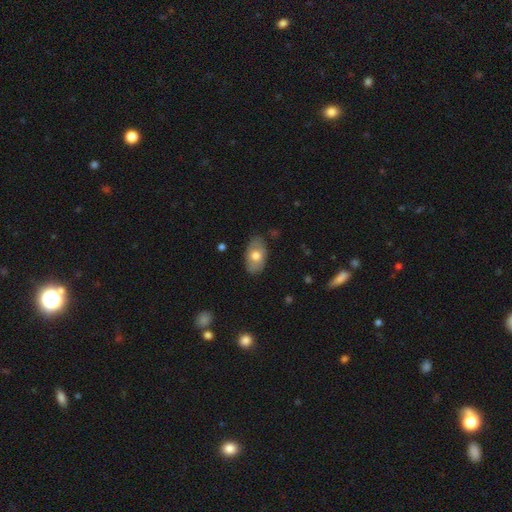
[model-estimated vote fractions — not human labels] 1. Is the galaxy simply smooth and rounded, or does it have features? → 66% smooth, 28% featured or disk, 6% star or artifact.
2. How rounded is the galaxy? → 92% in between, 7% round, 1% cigar-shaped.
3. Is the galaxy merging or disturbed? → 82% none, 14% minor disturbance, 3% major disturbance, 1% merger.